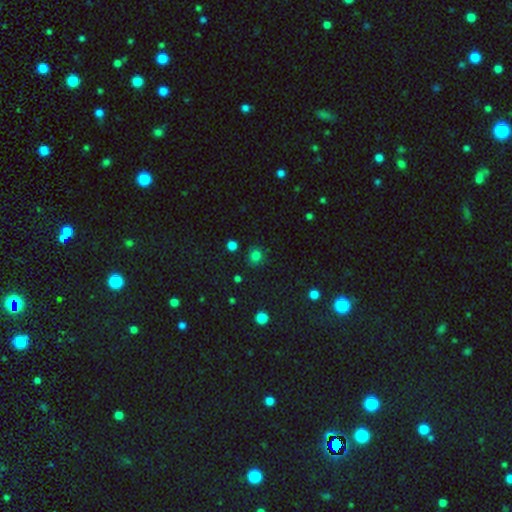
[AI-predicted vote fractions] Morphology: type=smooth (77%); roundness=round (86%); merging=none (84%).